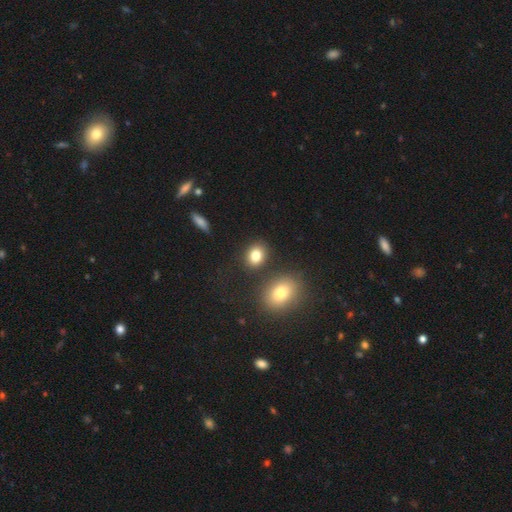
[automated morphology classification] Smooth or featured: smooth — 82% (star or artifact — 10%)
How rounded: round — 51% (in between — 48%)
Merging: none — 80% (minor disturbance — 9%)